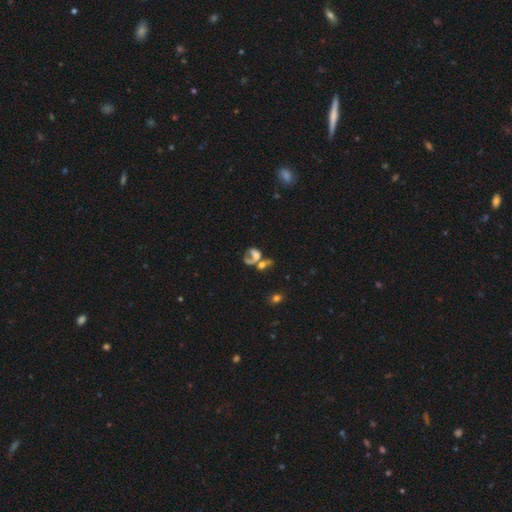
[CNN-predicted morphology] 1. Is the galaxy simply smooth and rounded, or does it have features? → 42% featured or disk, 41% smooth, 17% star or artifact.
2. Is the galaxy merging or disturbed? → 55% merger, 19% none, 17% major disturbance, 9% minor disturbance.